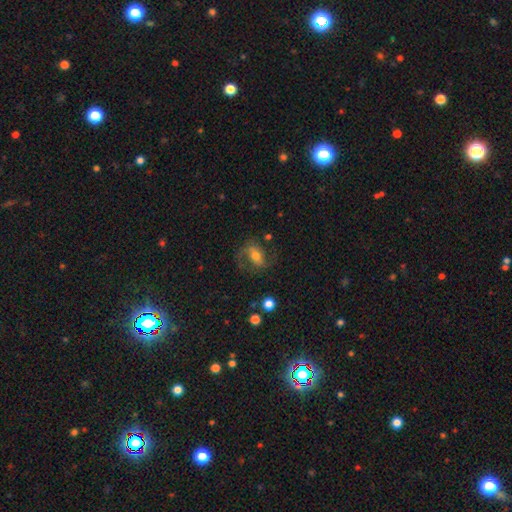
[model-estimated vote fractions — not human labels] smooth_or_featured: featured or disk (p=0.63) [alt: smooth p=0.28]
disk_edge_on: no (p=0.95) [alt: yes p=0.05]
bar: weak (p=0.40) [alt: strong p=0.32]
has_spiral_arms: yes (p=0.86) [alt: no p=0.14]
spiral_winding: medium (p=0.45) [alt: loose p=0.42]
spiral_arm_count: 2 (p=0.85) [alt: 1 p=0.06]
bulge_size: moderate (p=0.63) [alt: small p=0.21]
merging: none (p=0.64) [alt: minor disturbance p=0.18]